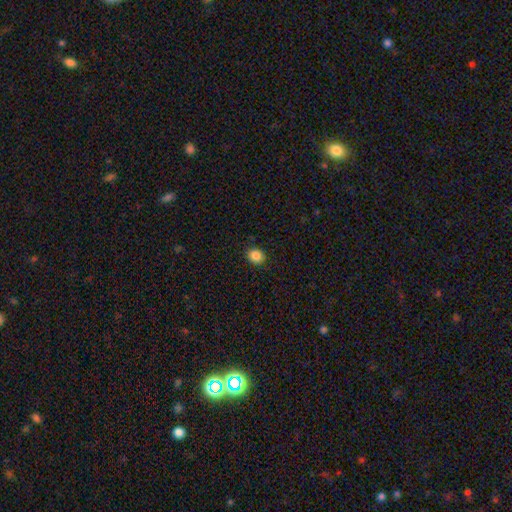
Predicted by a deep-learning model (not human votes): Morphology: type=smooth (87%); roundness=round (75%); merging=none (90%).